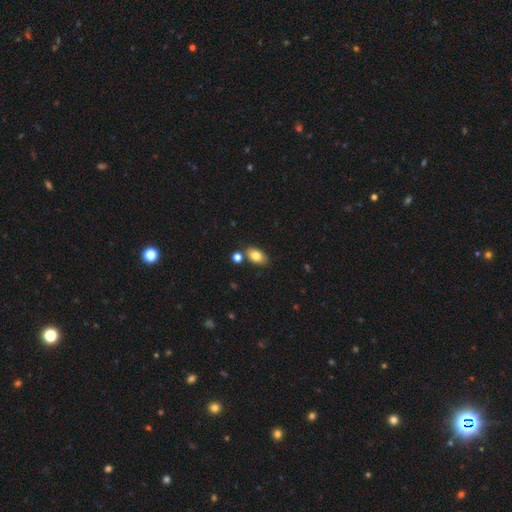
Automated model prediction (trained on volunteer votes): Smooth or featured? smooth (82%)
How rounded? in between (88%)
Merging? none (76%)